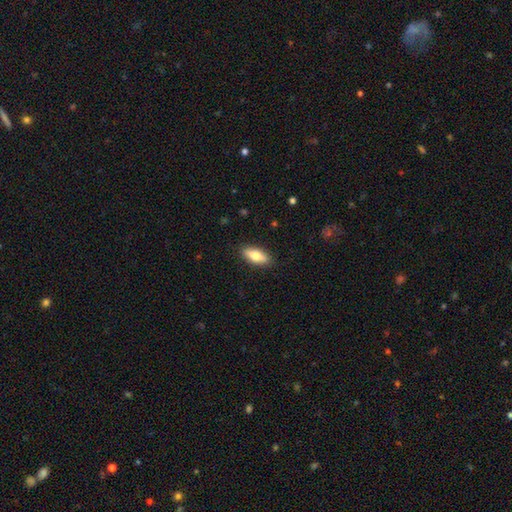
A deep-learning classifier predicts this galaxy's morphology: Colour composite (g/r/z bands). It shows a smooth galaxy with no disk features (70%) that is in between round and cigar-shaped (74%). Merging: none (88%).